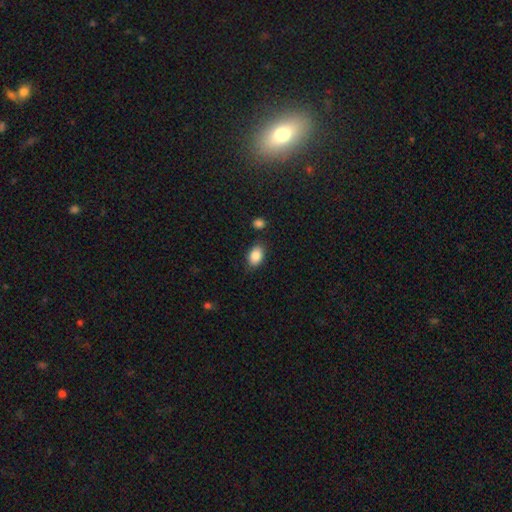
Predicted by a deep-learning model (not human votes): Smooth or featured? smooth (87%)
How rounded? in between (87%)
Merging? none (80%)